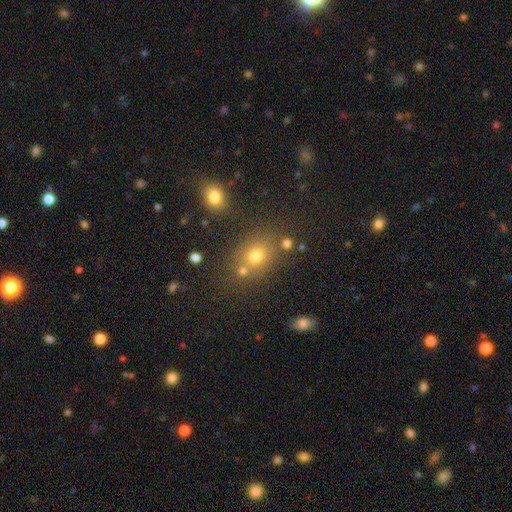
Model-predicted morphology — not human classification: type=smooth (69%); roundness=round (54%); merging=none (69%).